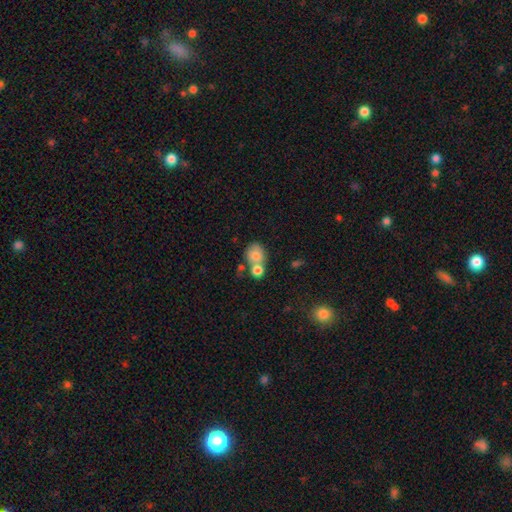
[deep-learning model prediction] A smooth galaxy with no disk features (76%) that is round (63%). Merging: merger (49%).